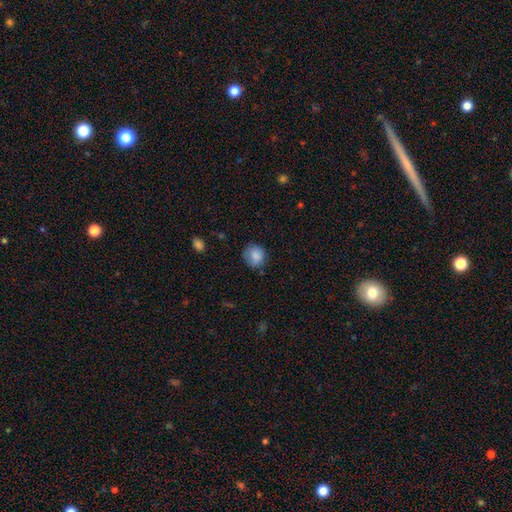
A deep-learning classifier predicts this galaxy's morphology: This appears to be a smooth galaxy with no disk features (85%) that is round (81%). Merging: none (74%).